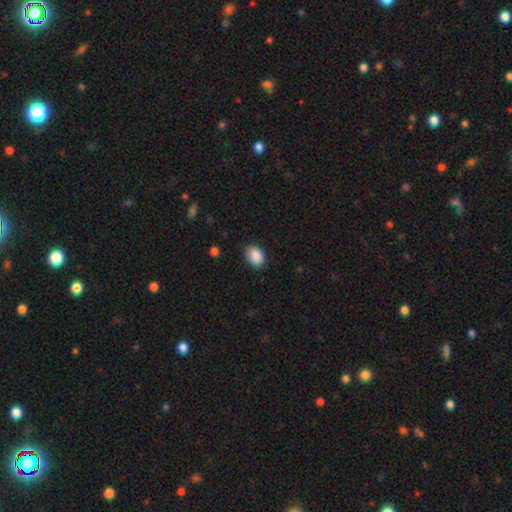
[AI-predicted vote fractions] Morphology: type=smooth (89%); roundness=in between (71%); merging=none (84%).